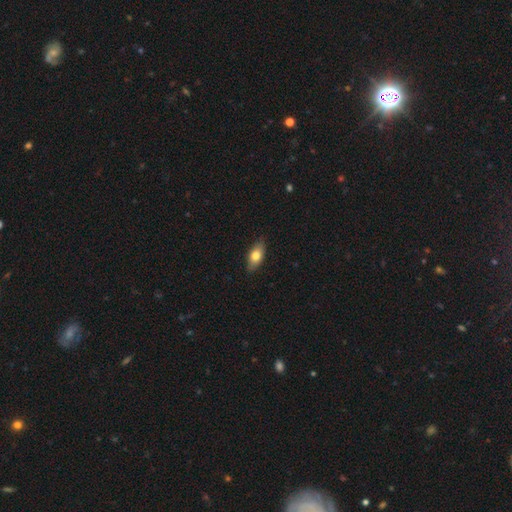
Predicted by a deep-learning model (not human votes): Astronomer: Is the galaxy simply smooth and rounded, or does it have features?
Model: smooth — 73%.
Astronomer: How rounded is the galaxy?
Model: in between — 84%.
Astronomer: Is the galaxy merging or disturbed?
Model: none — 86%.